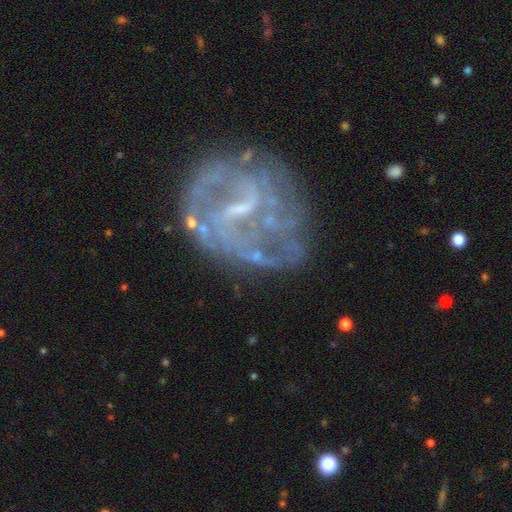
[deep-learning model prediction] Smooth or featured: featured or disk — 80% (smooth — 11%)
Edge-on disk: no — 98% (yes — 2%)
Bar: weak — 53% (strong — 24%)
Spiral arms: yes — 72% (no — 28%)
Spiral winding: tight — 39% (medium — 37%)
Spiral arm count: can't tell — 43% (2 — 28%)
Bulge size: small — 47% (none — 30%)
Merging: none — 61% (minor disturbance — 19%)